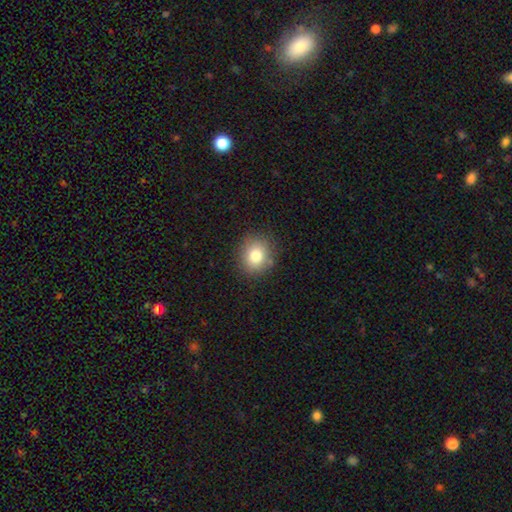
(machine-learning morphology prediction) type=smooth (80%); roundness=round (73%); merging=none (85%).